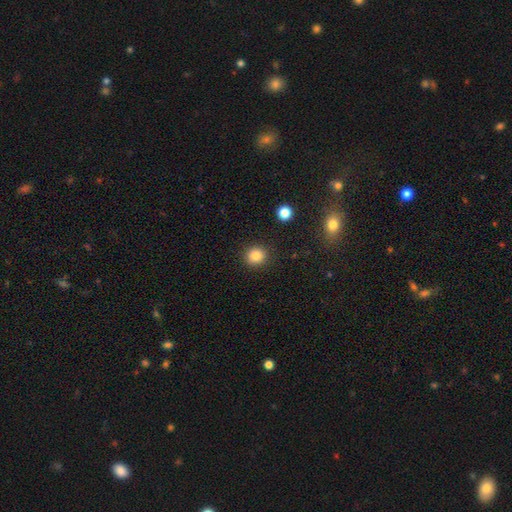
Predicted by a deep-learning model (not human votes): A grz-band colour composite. It shows a smooth galaxy with no disk features (84%) that is round (88%). Merging: none (89%).